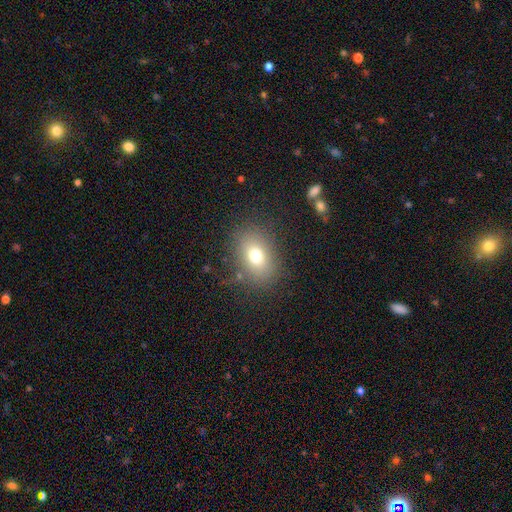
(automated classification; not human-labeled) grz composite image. It shows a smooth galaxy with no disk features (73%) that is in between round and cigar-shaped (67%). Merging: none (81%).